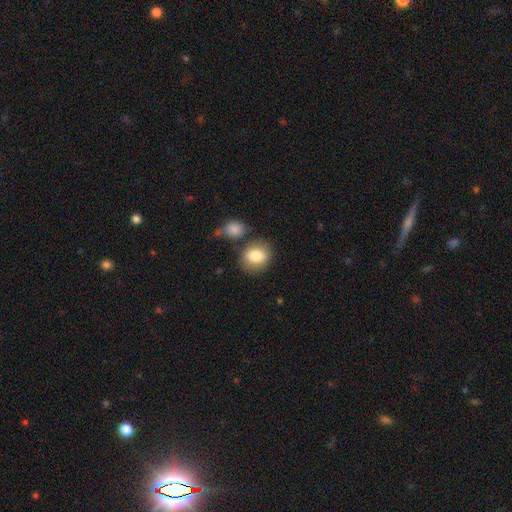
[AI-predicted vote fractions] A smooth galaxy with no disk features (81%) that is round (59%).

Vote fractions:
- Smooth or featured? smooth: 81% / featured or disk: 12% / star or artifact: 8%
- How rounded? round: 59% / in between: 40% / cigar-shaped: 1%
- Merging? none: 74% / minor disturbance: 12% / merger: 10% / major disturbance: 4%